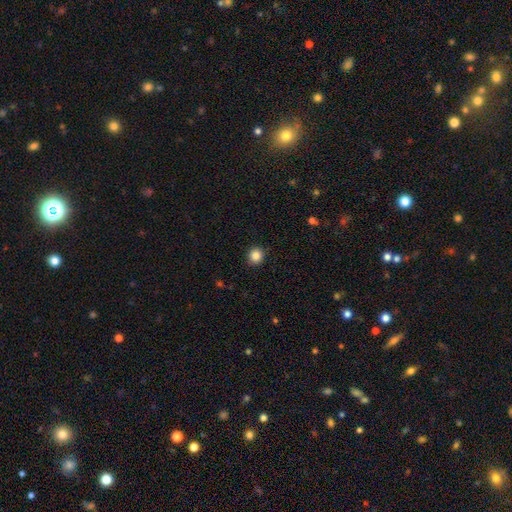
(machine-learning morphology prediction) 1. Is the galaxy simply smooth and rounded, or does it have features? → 86% smooth, 10% star or artifact, 4% featured or disk.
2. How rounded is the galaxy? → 89% round, 10% in between, 1% cigar-shaped.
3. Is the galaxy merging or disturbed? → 92% none, 5% minor disturbance, 2% major disturbance, 1% merger.